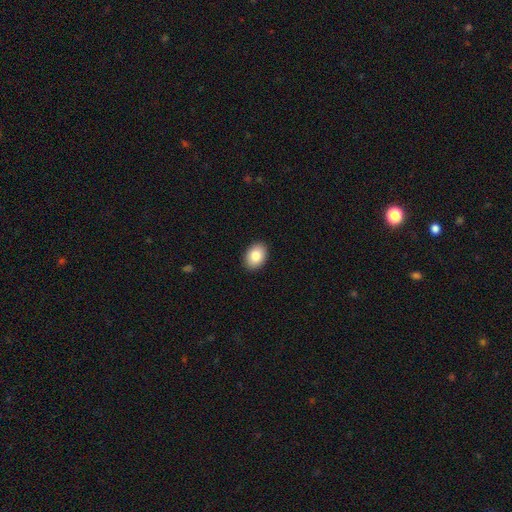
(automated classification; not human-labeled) Smooth or featured?
  - smooth: 83% *
  - featured or disk: 9%
  - star or artifact: 8%
How rounded?
  - in between: 75% *
  - round: 24%
  - cigar-shaped: 1%
Merging?
  - none: 91% *
  - minor disturbance: 7%
  - major disturbance: 2%
  - merger: 1%